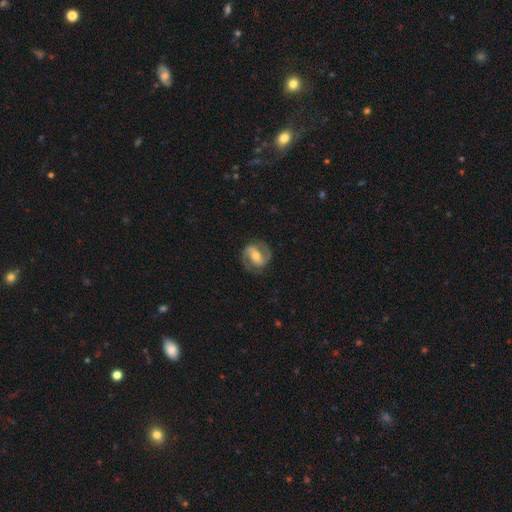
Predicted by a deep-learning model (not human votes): featured or disk 85%, smooth 10%, star or artifact 5%. Down the decision tree: edge-on disk — no (97%); bar — strong (48%); spiral arms — yes (94%); spiral arm count — 2 (92%); spiral winding — medium (53%); bulge size — moderate (65%); merging — none (84%).